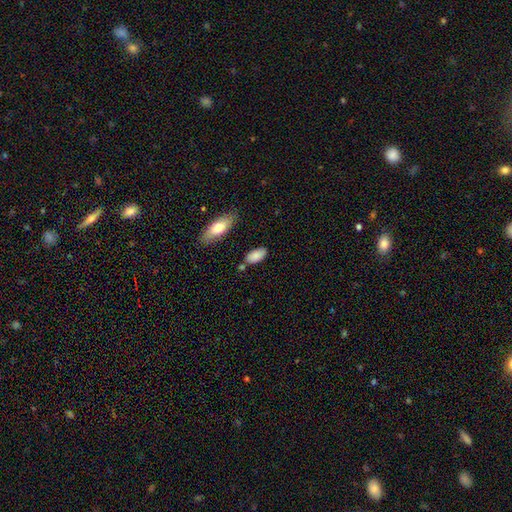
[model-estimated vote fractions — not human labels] Overall: smooth (84%). How rounded: in between (90%). Merging: none (74%).